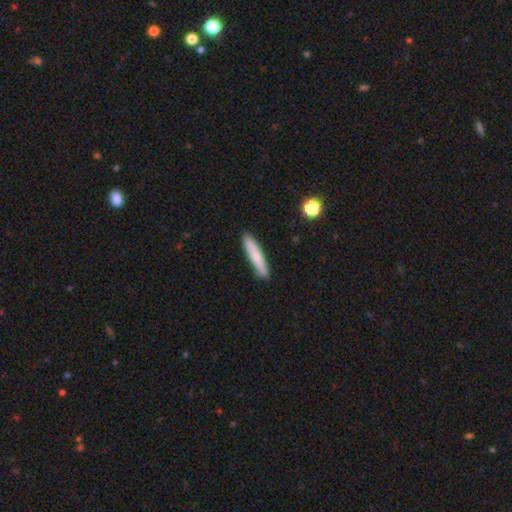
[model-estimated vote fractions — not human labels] This is likely a smooth galaxy (70%). How rounded: clearly cigar-shaped (90%). Merging: clearly none (89%).